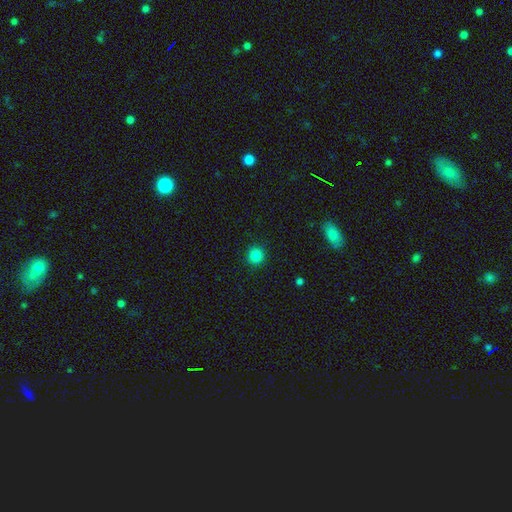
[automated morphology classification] Smooth or featured? smooth (84%)
How rounded? round (93%)
Merging? none (91%)